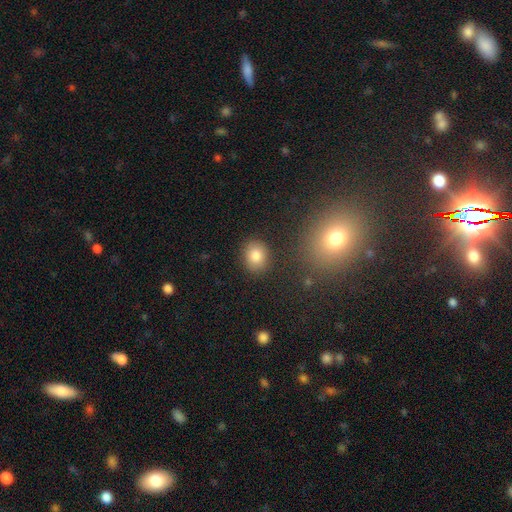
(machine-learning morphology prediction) Smooth or featured: smooth — 83% (star or artifact — 10%)
How rounded: round — 62% (in between — 37%)
Merging: none — 86% (minor disturbance — 9%)